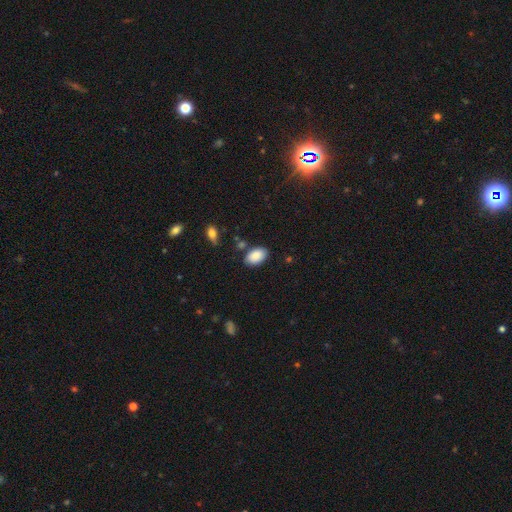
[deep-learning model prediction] Q: Smooth or featured?
A: smooth (88%); runner-up: star or artifact (7%)
Q: How rounded?
A: in between (92%); runner-up: round (7%)
Q: Merging?
A: none (81%); runner-up: minor disturbance (12%)